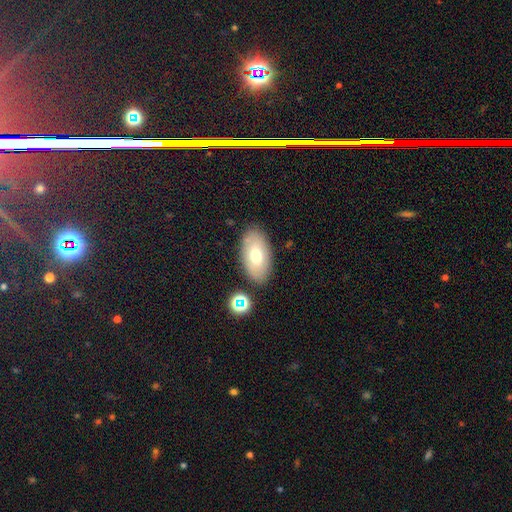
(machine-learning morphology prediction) Q: Smooth or featured?
A: smooth (68%); runner-up: featured or disk (24%)
Q: How rounded?
A: in between (94%); runner-up: round (4%)
Q: Merging?
A: none (82%); runner-up: minor disturbance (11%)